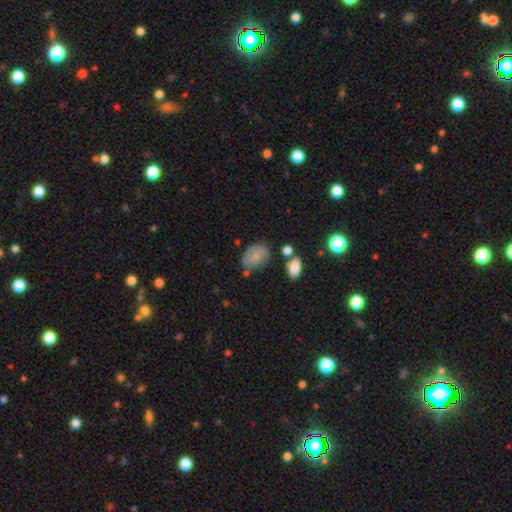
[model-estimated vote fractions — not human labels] Q: Smooth or featured?
A: smooth (71%); runner-up: featured or disk (20%)
Q: How rounded?
A: in between (74%); runner-up: round (25%)
Q: Merging?
A: none (53%); runner-up: minor disturbance (28%)